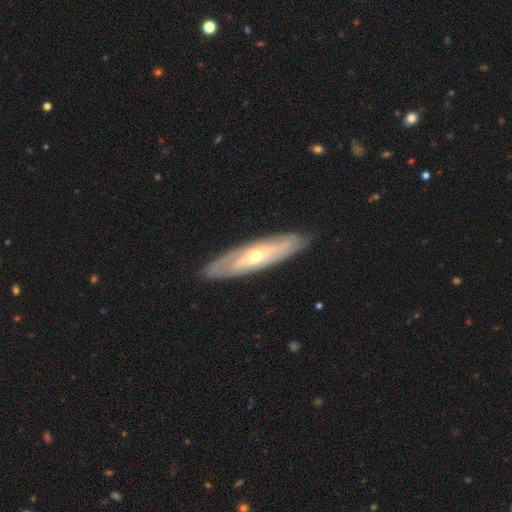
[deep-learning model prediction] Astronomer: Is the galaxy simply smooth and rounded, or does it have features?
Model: featured or disk — 73%.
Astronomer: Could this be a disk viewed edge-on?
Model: no — 67%.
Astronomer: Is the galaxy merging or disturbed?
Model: none — 85%.